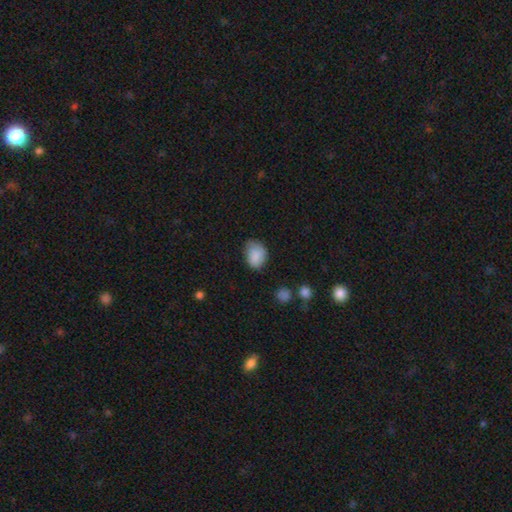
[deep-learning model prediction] Overall: smooth (86%). How rounded: in between (66%; round 33%). Merging: none (61%; minor disturbance 31%).